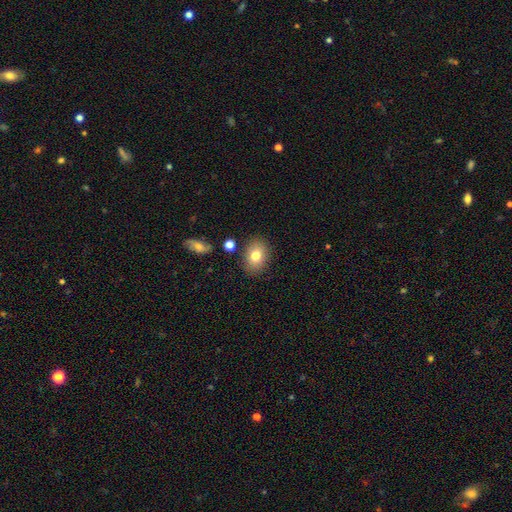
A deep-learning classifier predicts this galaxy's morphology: Q: Smooth or featured?
A: smooth (78%); runner-up: featured or disk (13%)
Q: How rounded?
A: in between (73%); runner-up: round (26%)
Q: Merging?
A: none (83%); runner-up: minor disturbance (10%)